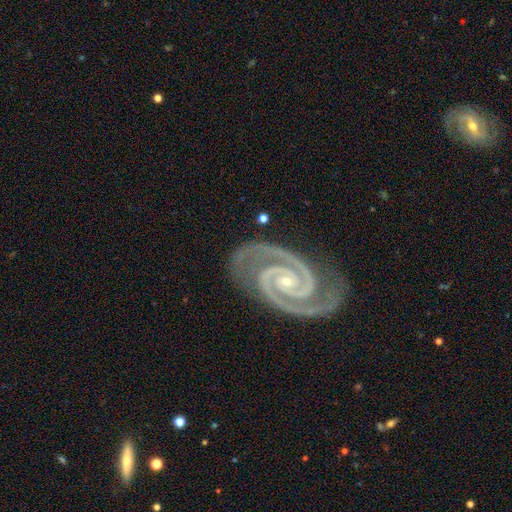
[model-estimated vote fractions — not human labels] Smooth or featured? featured or disk (94%)
Edge-on disk? no (98%)
Bar? no (58%)
Spiral arms? yes (99%)
Spiral winding? tight (68%)
Spiral arm count? 2 (94%)
Bulge size? small (75%)
Merging? none (85%)